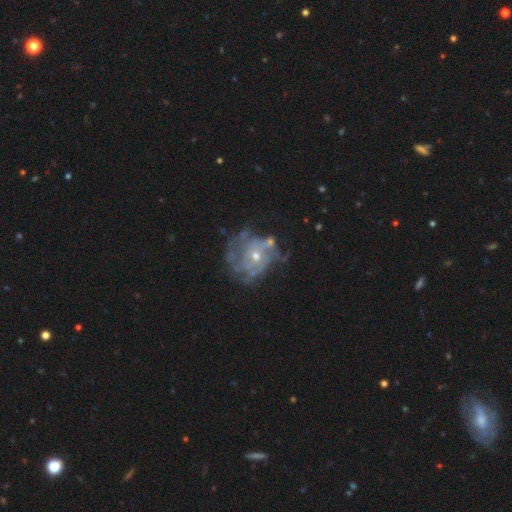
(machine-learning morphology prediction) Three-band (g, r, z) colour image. It shows a featured or disk galaxy (78%) with no bar (80%), tight (53%) spiral arms (73%) and a small central bulge (57%). Merging: none (51%).